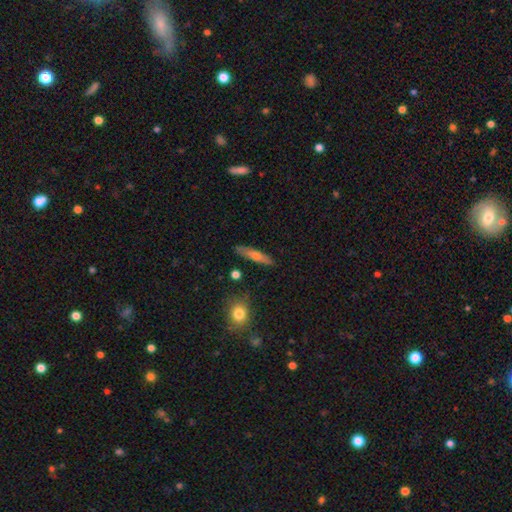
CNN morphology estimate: Overall: smooth (58%; featured or disk 35%). How rounded: cigar-shaped (83%). Merging: none (86%).